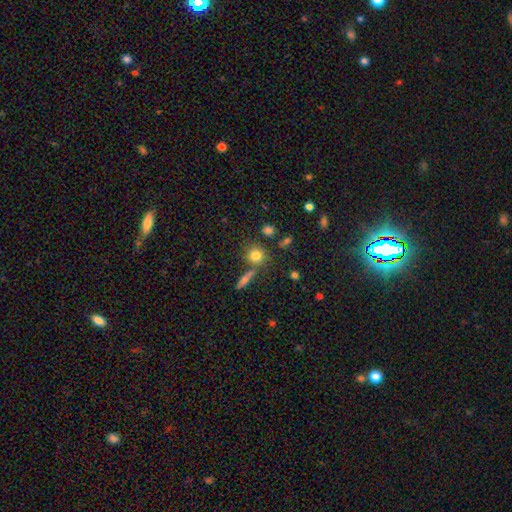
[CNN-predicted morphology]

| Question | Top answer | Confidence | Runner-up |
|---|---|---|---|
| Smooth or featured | smooth | 77% | star or artifact (12%) |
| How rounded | round | 84% | in between (14%) |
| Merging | none | 72% | merger (14%) |